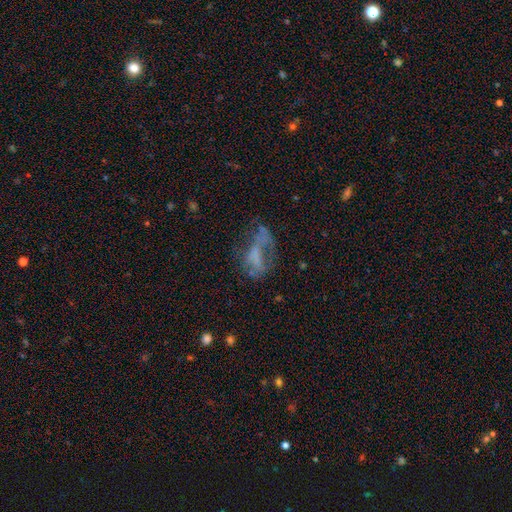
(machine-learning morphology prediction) smooth-or-featured: featured or disk: 45% | smooth: 38% | star or artifact: 17%
  merging: major disturbance: 43% | none: 30% | minor disturbance: 19% | merger: 7%